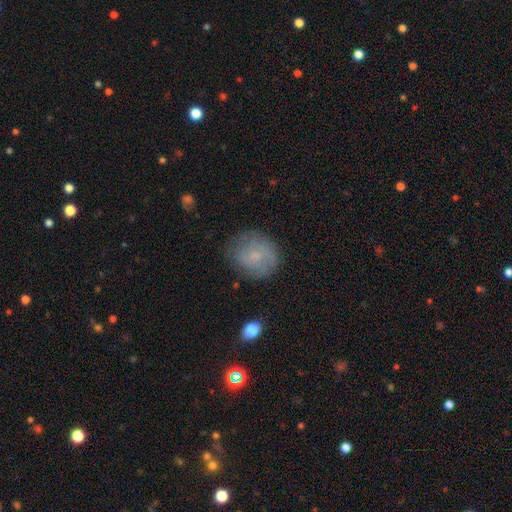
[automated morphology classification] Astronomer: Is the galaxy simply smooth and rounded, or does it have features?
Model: smooth — 57% (runner-up: featured or disk, 34%).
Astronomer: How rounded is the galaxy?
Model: round — 72%.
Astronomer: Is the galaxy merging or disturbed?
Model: none — 72%.